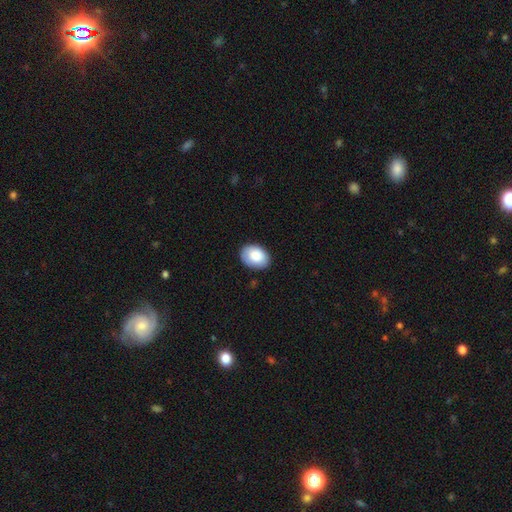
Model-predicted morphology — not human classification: smooth 84%, featured or disk 10%, star or artifact 6%. Down the decision tree: how rounded — in between (78%); merging — none (83%).